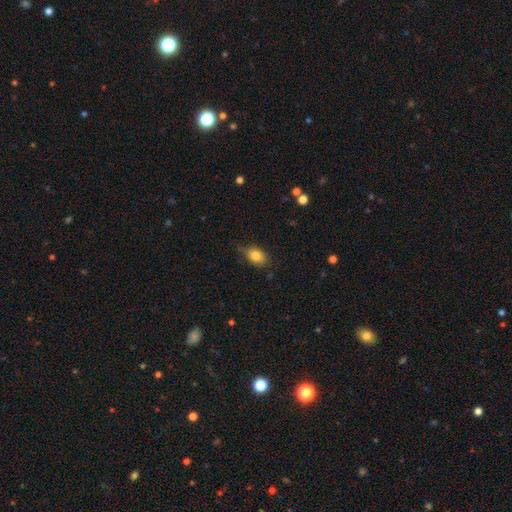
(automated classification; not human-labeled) Morphology: type=smooth (84%); roundness=in between (79%); merging=none (79%).